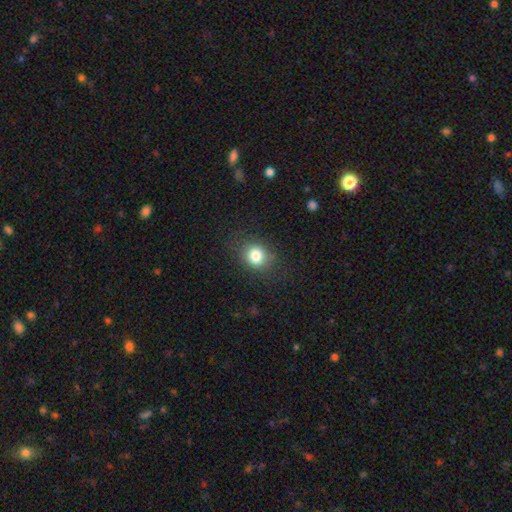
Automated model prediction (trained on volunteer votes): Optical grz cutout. It shows a smooth galaxy with no disk features (81%) that is round (68%). Merging: none (82%).